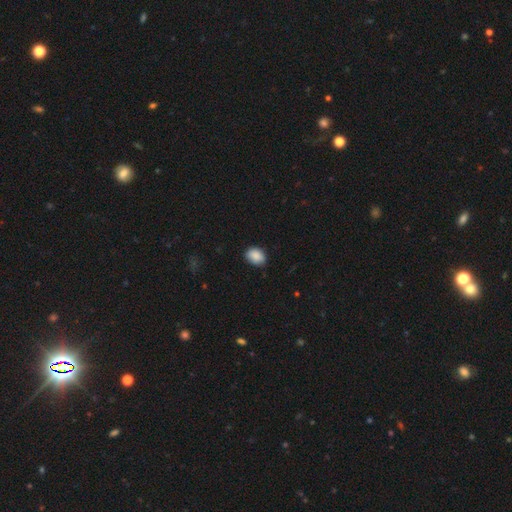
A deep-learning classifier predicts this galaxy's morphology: Smooth or featured? smooth (89%)
How rounded? in between (69%)
Merging? none (81%)